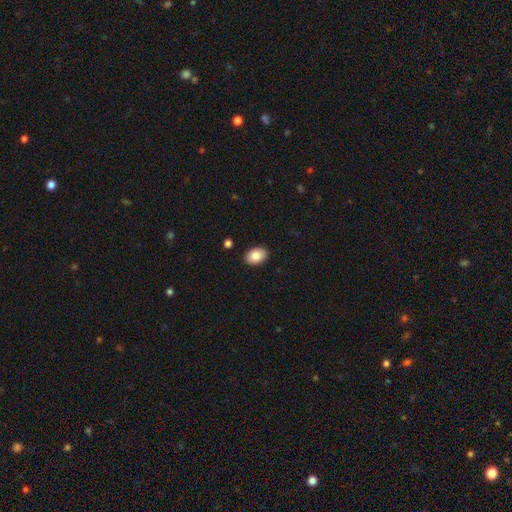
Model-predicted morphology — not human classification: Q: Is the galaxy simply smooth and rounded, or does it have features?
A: smooth — 87%.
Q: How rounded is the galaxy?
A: in between — 83%.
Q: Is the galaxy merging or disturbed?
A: none — 89%.